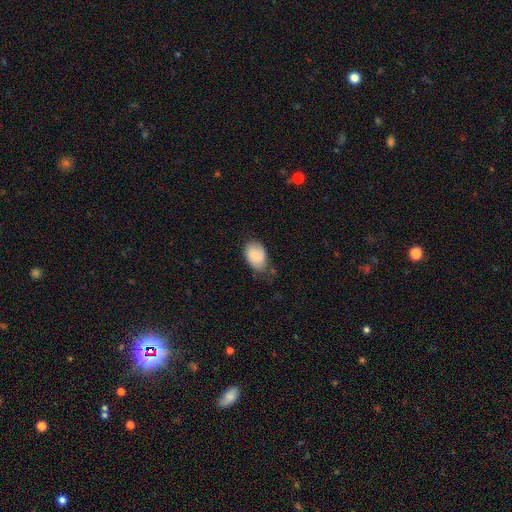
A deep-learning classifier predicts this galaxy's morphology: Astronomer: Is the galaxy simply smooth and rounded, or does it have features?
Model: smooth — 76%.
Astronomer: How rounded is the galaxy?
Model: in between — 84%.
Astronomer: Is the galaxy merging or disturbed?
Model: none — 58%.